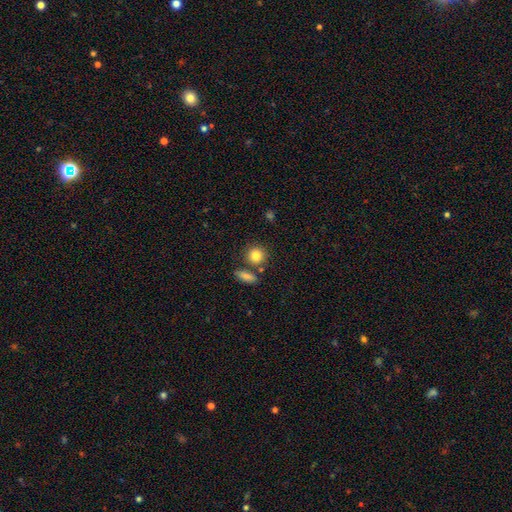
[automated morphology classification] Smooth or featured?
  - smooth: 84% *
  - star or artifact: 9%
  - featured or disk: 8%
How rounded?
  - round: 85% *
  - in between: 14%
  - cigar-shaped: 2%
Merging?
  - none: 72% *
  - merger: 15%
  - minor disturbance: 10%
  - major disturbance: 3%